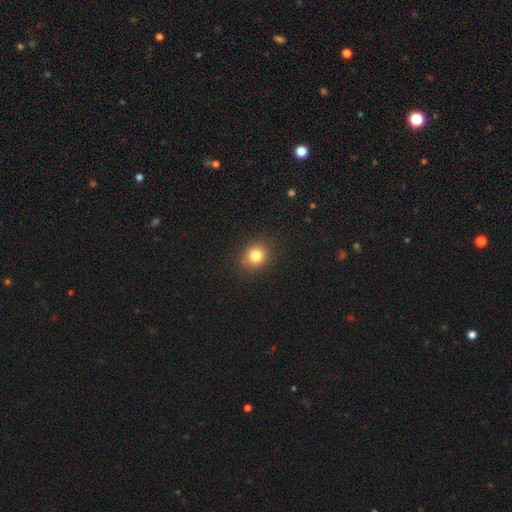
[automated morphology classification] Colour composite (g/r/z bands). It shows a smooth galaxy with no disk features (81%) that is round (78%). Merging: none (89%).